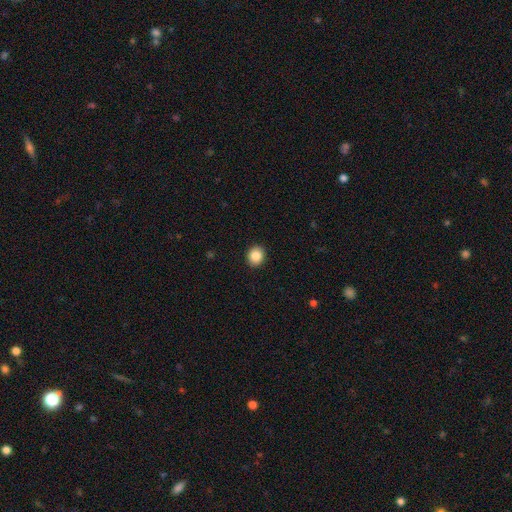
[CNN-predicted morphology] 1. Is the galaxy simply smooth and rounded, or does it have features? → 87% smooth, 9% star or artifact, 4% featured or disk.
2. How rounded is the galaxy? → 75% round, 24% in between, 1% cigar-shaped.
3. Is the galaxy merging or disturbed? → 92% none, 5% minor disturbance, 2% major disturbance, 1% merger.